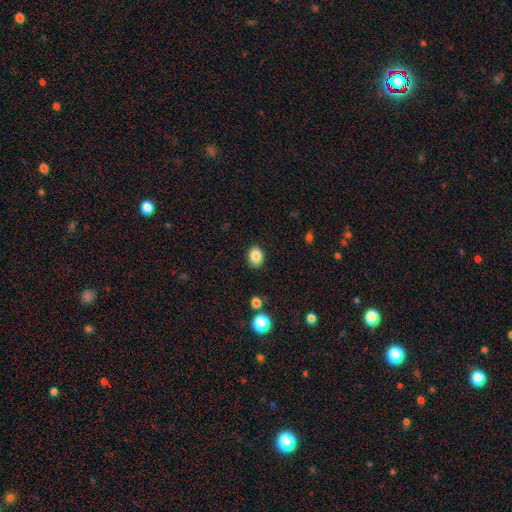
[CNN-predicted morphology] smooth-or-featured: smooth: 85% | star or artifact: 10% | featured or disk: 5%
  how-rounded: in between: 54% | round: 45% | cigar-shaped: 1%
  merging: none: 87% | minor disturbance: 9% | major disturbance: 2% | merger: 1%